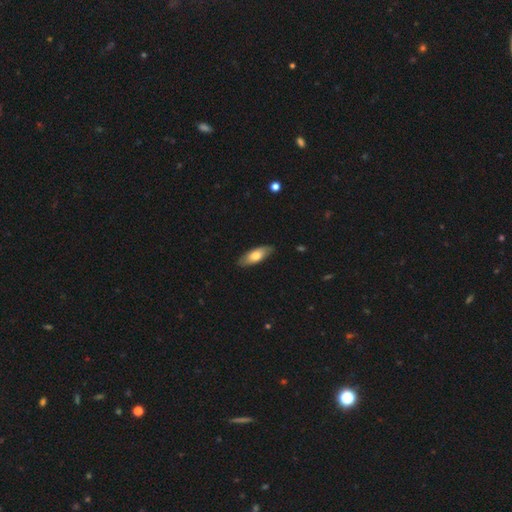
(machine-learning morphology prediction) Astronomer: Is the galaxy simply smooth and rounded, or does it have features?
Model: smooth — 68%.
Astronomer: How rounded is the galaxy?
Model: in between — 75%.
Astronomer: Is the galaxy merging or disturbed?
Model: none — 85%.